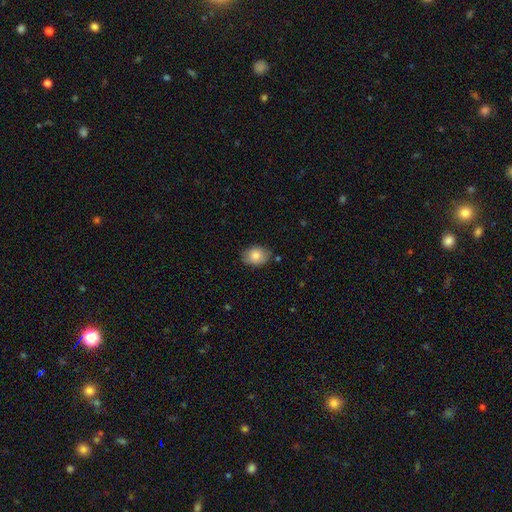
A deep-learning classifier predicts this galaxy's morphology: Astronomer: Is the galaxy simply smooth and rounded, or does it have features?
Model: smooth — 82%.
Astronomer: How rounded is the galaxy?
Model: in between — 62%.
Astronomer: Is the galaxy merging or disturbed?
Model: none — 80%.